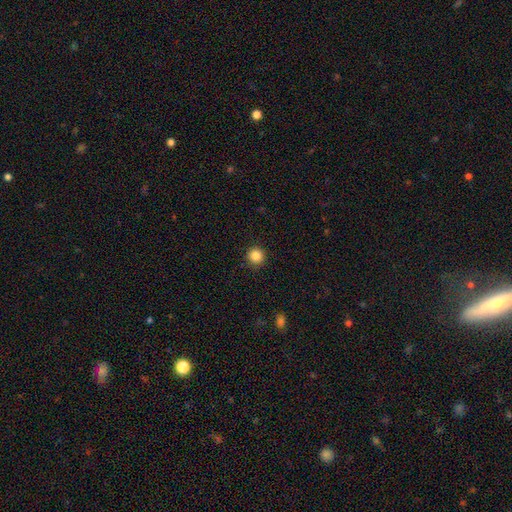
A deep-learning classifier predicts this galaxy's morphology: Smooth or featured? Predicted: smooth (p=0.85). How rounded? Predicted: round (p=0.96). Merging? Predicted: none (p=0.93).